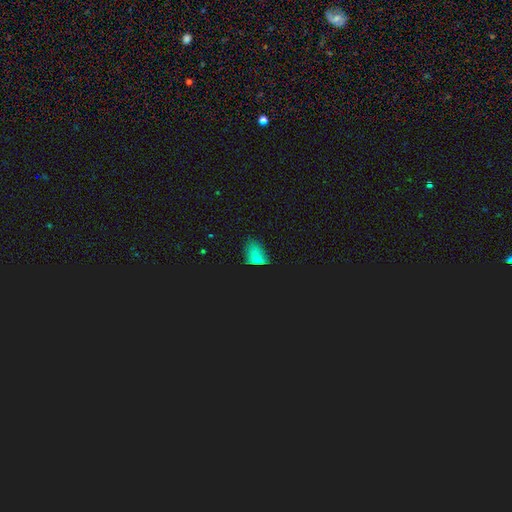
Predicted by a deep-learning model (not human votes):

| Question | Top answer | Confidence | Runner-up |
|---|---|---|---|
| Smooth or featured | star or artifact | 52% | smooth (38%) |